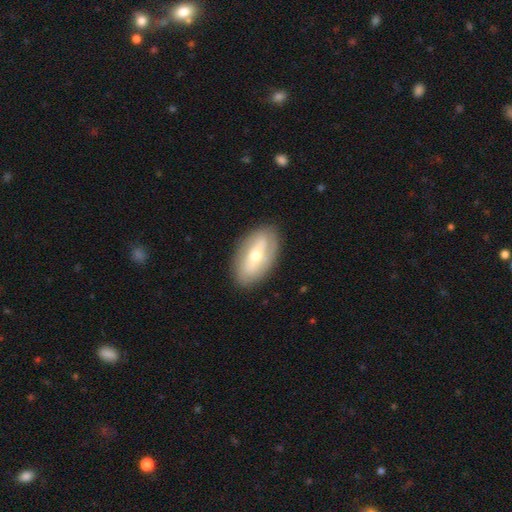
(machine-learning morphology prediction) Q: Smooth or featured?
A: featured or disk (58%); runner-up: smooth (36%)
Q: Edge-on disk?
A: no (88%); runner-up: yes (12%)
Q: Bar?
A: no (39%); runner-up: weak (32%)
Q: Spiral arms?
A: yes (56%); runner-up: no (44%)
Q: Bulge size?
A: moderate (60%); runner-up: small (34%)
Q: Merging?
A: none (84%); runner-up: minor disturbance (12%)